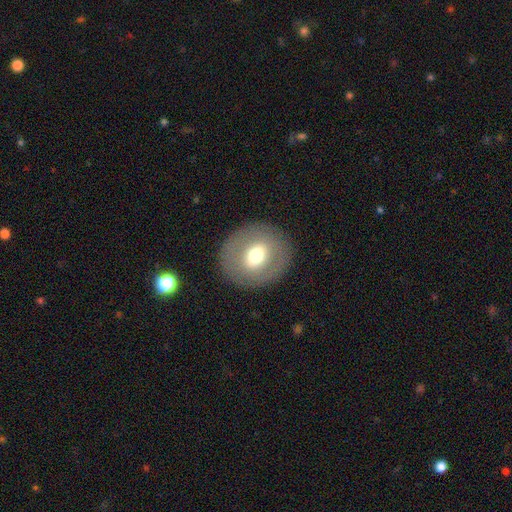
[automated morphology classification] type=smooth (53%); roundness=round (78%); merging=none (87%).